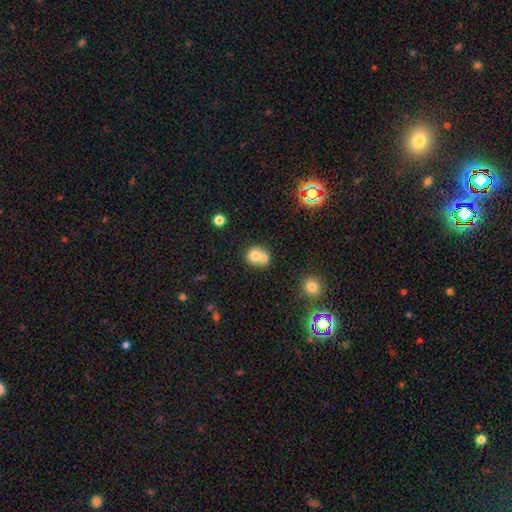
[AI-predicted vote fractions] Q: Smooth or featured?
A: smooth (73%); runner-up: featured or disk (16%)
Q: How rounded?
A: round (77%); runner-up: in between (22%)
Q: Merging?
A: merger (61%); runner-up: none (30%)